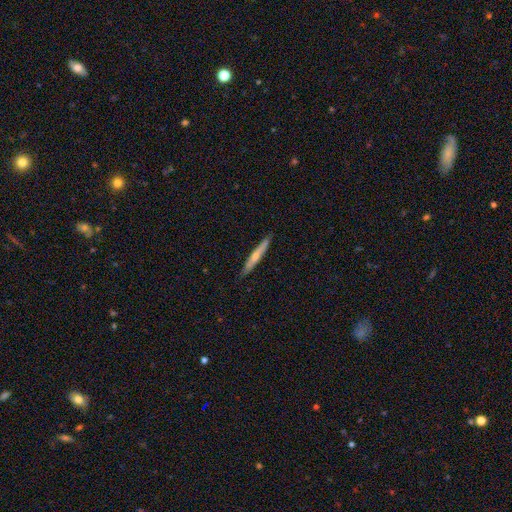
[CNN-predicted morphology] Smooth or featured? Predicted: smooth (p=0.56). How rounded? Predicted: cigar-shaped (p=0.95). Merging? Predicted: none (p=0.88).